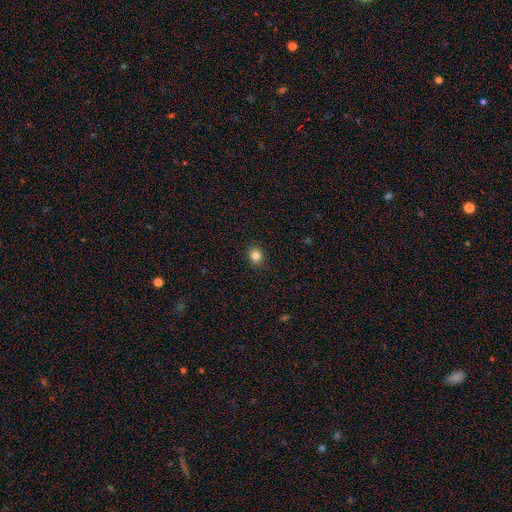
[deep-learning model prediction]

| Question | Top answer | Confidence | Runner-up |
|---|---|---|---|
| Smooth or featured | smooth | 84% | star or artifact (11%) |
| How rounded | round | 69% | in between (30%) |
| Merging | none | 91% | minor disturbance (6%) |